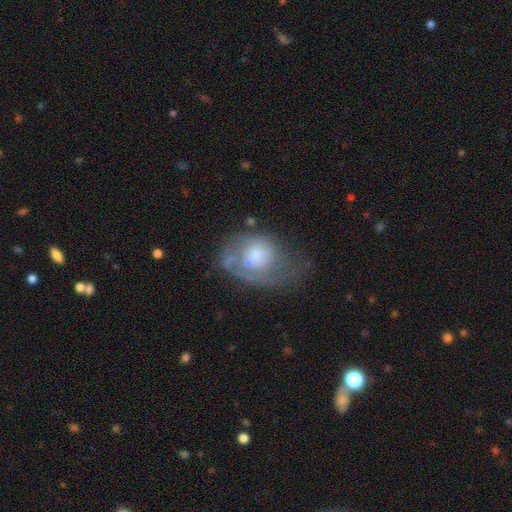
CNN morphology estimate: A featured or disk galaxy (65%) with no bar (78%), spiral arms (71%) and a small central bulge (49%). Merging: none (39%).